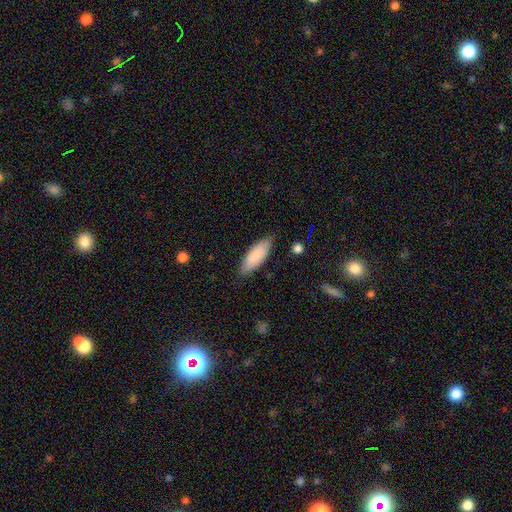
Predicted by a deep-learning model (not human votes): Smooth or featured?
  - smooth: 84% *
  - featured or disk: 11%
  - star or artifact: 6%
How rounded?
  - in between: 67% *
  - cigar-shaped: 31%
  - round: 2%
Merging?
  - none: 80% *
  - minor disturbance: 16%
  - major disturbance: 3%
  - merger: 1%